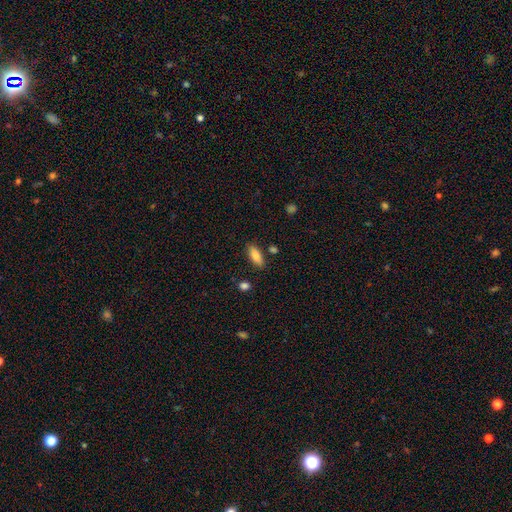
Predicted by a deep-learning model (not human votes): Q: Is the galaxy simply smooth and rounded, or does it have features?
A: smooth — 86%.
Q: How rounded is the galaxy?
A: in between — 76%.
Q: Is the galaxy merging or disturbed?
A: none — 82%.